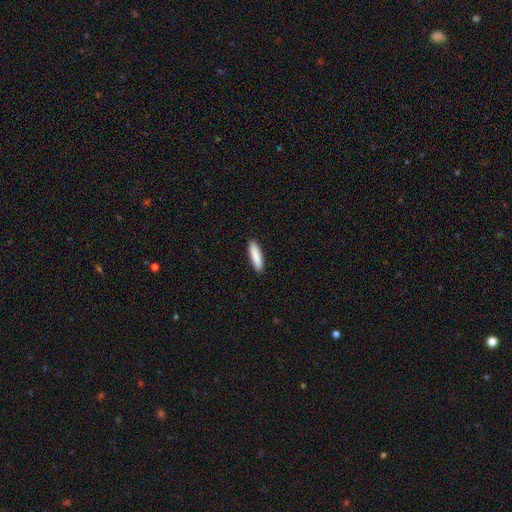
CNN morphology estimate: Smooth or featured?
  - smooth: 89% *
  - featured or disk: 5%
  - star or artifact: 5%
How rounded?
  - cigar-shaped: 68% *
  - in between: 31%
  - round: 1%
Merging?
  - none: 92% *
  - minor disturbance: 6%
  - major disturbance: 1%
  - merger: 1%